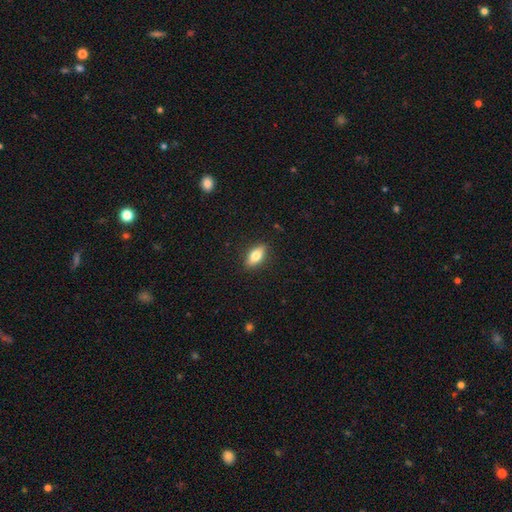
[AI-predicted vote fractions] Morphology: type=smooth (72%); roundness=in between (81%); merging=none (88%).